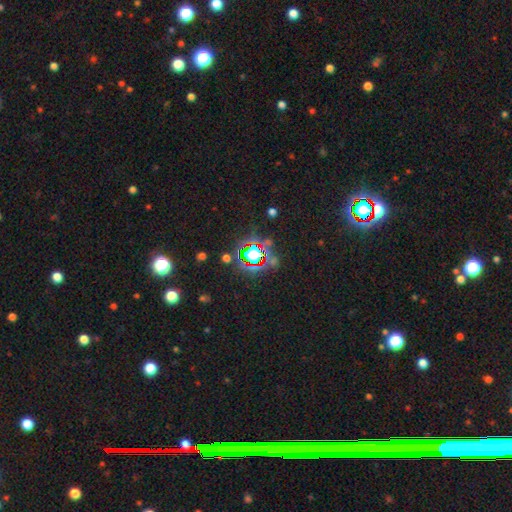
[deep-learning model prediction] The model was most divided on "smooth or featured": star or artifact: 78%, smooth: 14%, featured or disk: 8%.